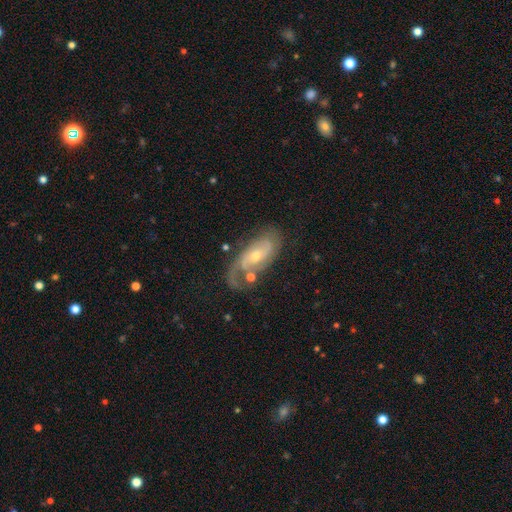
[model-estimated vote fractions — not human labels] featured or disk 80%, smooth 13%, star or artifact 7%. Down the decision tree: edge-on disk — no (94%); bar — no (50%); spiral arms — yes (92%); spiral arm count — 2 (62%); spiral winding — medium (42%); bulge size — moderate (48%, tied with small); merging — none (54%).